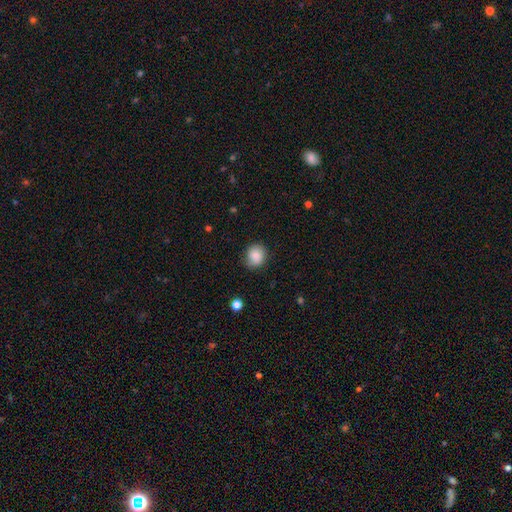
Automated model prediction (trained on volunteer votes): A smooth galaxy with no disk features (85%) that is round (74%). Merging: none (78%).